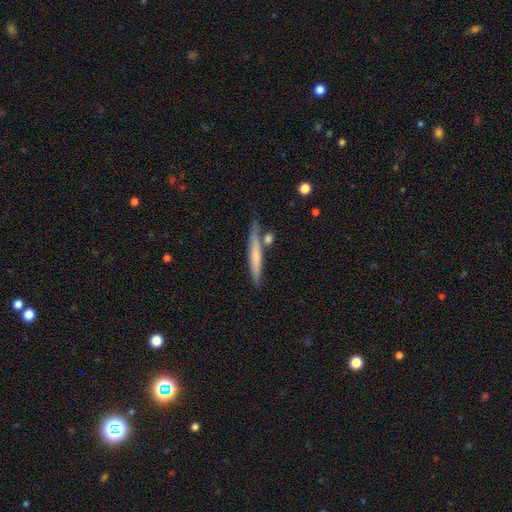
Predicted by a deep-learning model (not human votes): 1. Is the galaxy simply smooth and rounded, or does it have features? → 54% smooth, 40% featured or disk, 6% star or artifact.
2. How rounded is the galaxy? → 94% cigar-shaped, 4% in between, 2% round.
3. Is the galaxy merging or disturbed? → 76% none, 13% minor disturbance, 8% merger, 3% major disturbance.